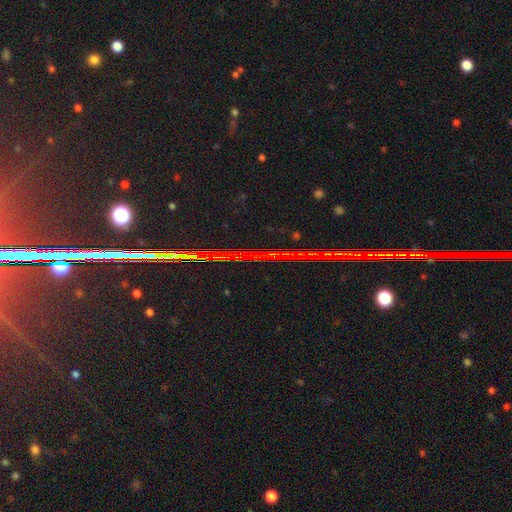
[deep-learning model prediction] A star or artifact, not a galaxy (87%).

Vote fractions:
- Smooth or featured? star or artifact: 87% / featured or disk: 7% / smooth: 6%